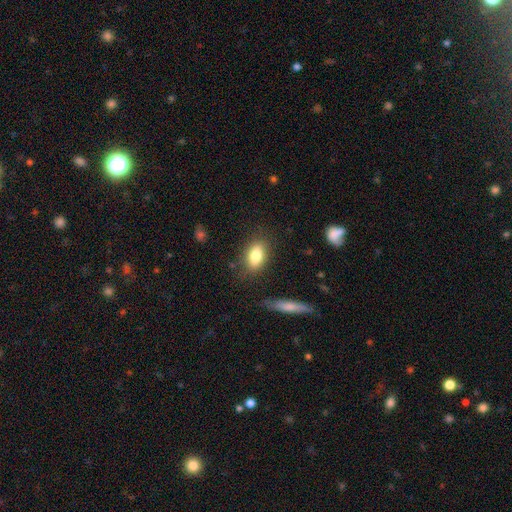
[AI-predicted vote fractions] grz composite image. It shows a smooth galaxy with no disk features (81%) that is in between round and cigar-shaped (86%). Merging: none (80%).